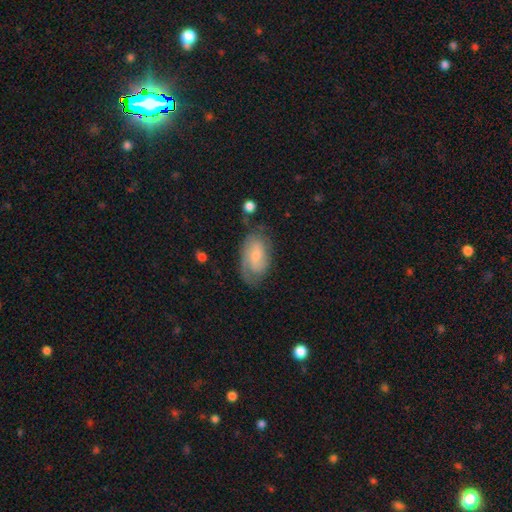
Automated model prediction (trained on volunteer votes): Overall: featured or disk (58%; smooth 35%). Edge-on disk: no (95%). Bar: no (60%; weak 34%). Spiral arms: yes (86%). Bulge size: small (58%; moderate 31%). Merging: none (61%; minor disturbance 24%).